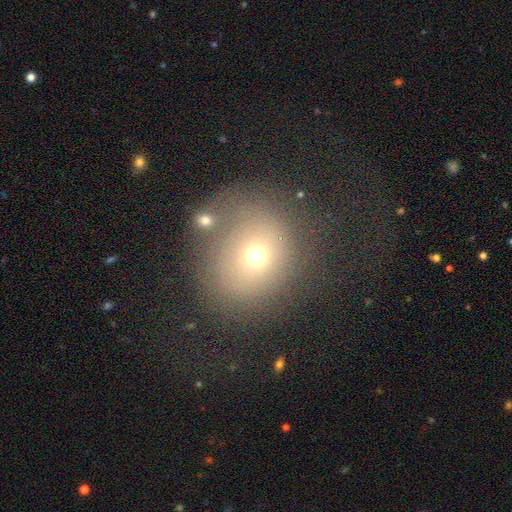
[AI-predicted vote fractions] Smooth or featured: smooth — 65% (star or artifact — 18%)
How rounded: round — 76% (in between — 23%)
Merging: none — 59% (minor disturbance — 15%)